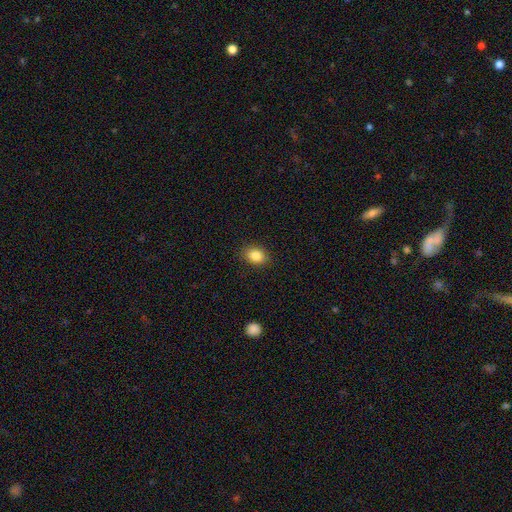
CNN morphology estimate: This appears to be a smooth galaxy with no disk features (86%) that is in between round and cigar-shaped (68%). Merging: none (88%).